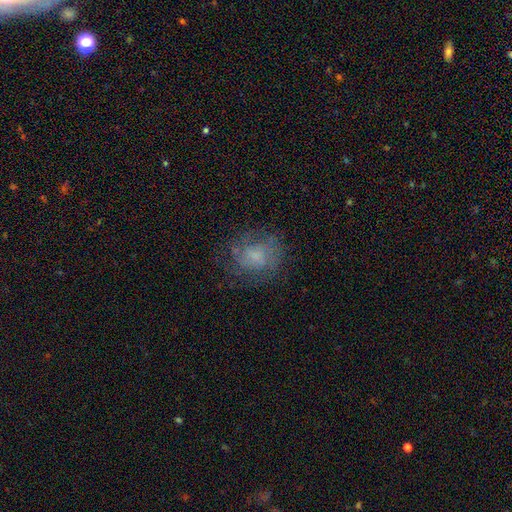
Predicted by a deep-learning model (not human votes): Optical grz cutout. It shows a smooth galaxy with no disk features (46%). Merging: none (65%).